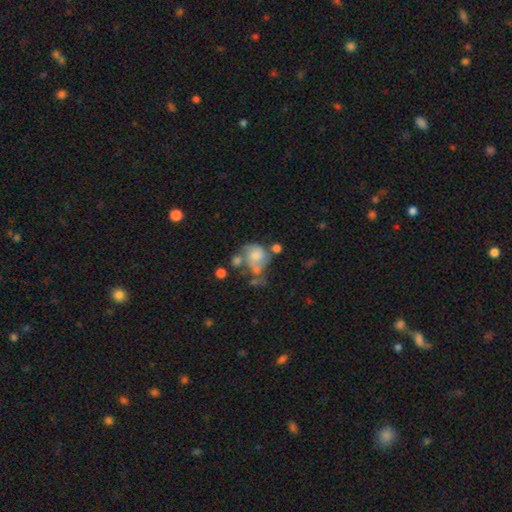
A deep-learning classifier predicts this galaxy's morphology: smooth_or_featured: smooth (p=0.51) [alt: featured or disk p=0.39]
how_rounded: round (p=0.56) [alt: in between p=0.43]
merging: major disturbance (p=0.30) [alt: merger p=0.29]